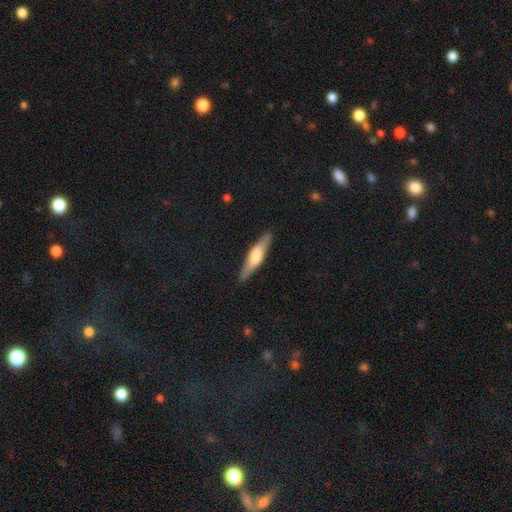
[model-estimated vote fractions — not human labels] featured or disk 48%, smooth 46%, star or artifact 5%. Down the decision tree: merging — none (88%).